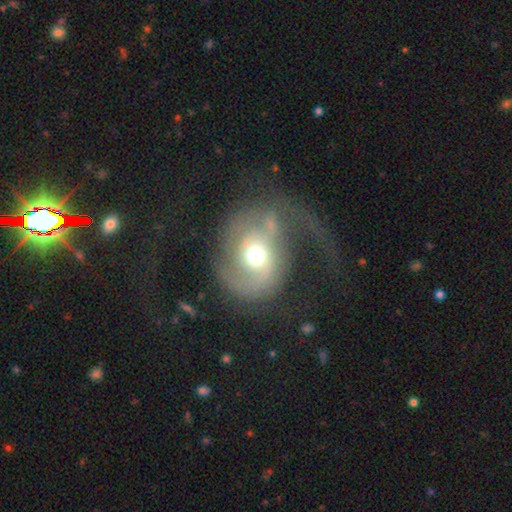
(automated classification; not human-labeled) Smooth or featured? featured or disk (65%)
Edge-on disk? no (97%)
Bar? no (71%)
Spiral arms? yes (75%)
Bulge size? moderate (69%)
Merging? major disturbance (50%)